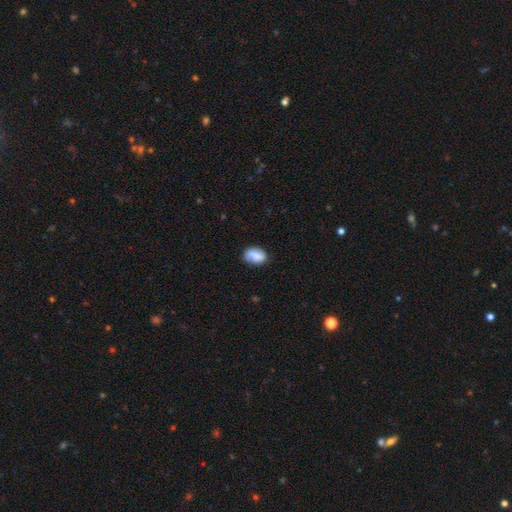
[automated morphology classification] smooth 68%, featured or disk 24%, star or artifact 8%. Down the decision tree: how rounded — in between (81%); merging — none (66%).